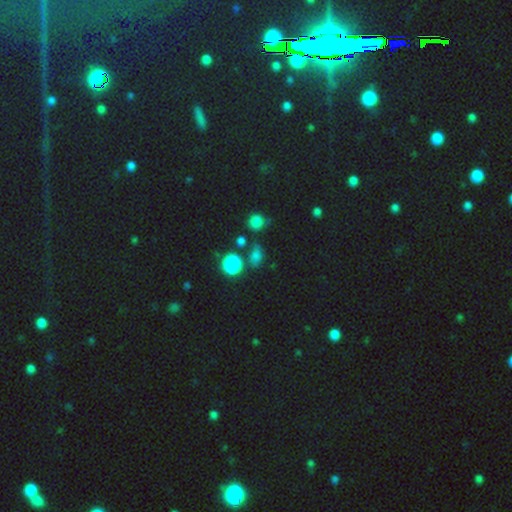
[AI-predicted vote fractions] Smooth or featured?
  - smooth: 57% *
  - star or artifact: 35%
  - featured or disk: 8%
How rounded?
  - in between: 51% *
  - round: 46%
  - cigar-shaped: 3%
Merging?
  - none: 70% *
  - minor disturbance: 15%
  - merger: 9%
  - major disturbance: 6%